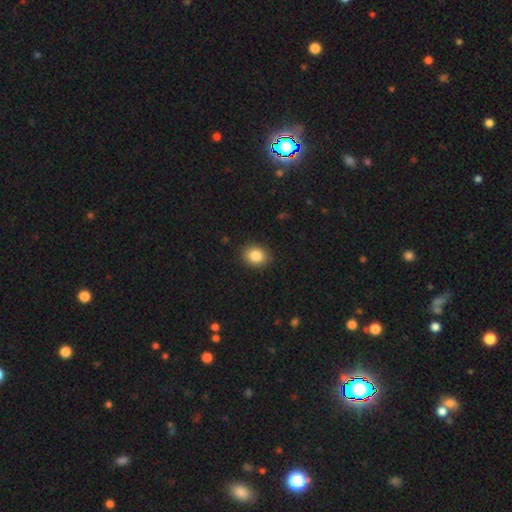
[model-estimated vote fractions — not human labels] A smooth galaxy with no disk features (86%) that is round (58%). Merging: none (89%).